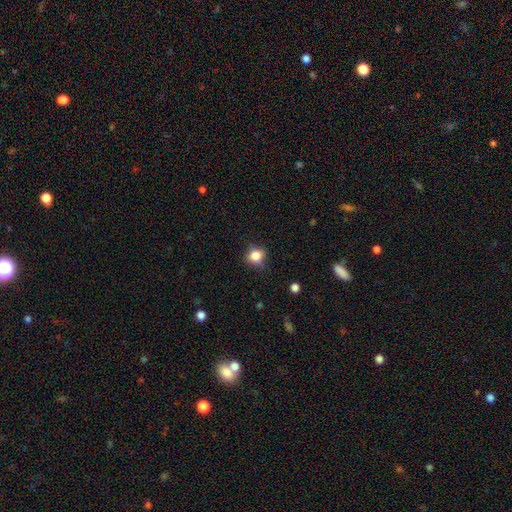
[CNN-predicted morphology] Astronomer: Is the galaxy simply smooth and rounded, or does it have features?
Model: smooth — 79%.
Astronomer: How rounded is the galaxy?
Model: round — 76%.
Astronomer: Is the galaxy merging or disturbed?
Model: none — 70%.